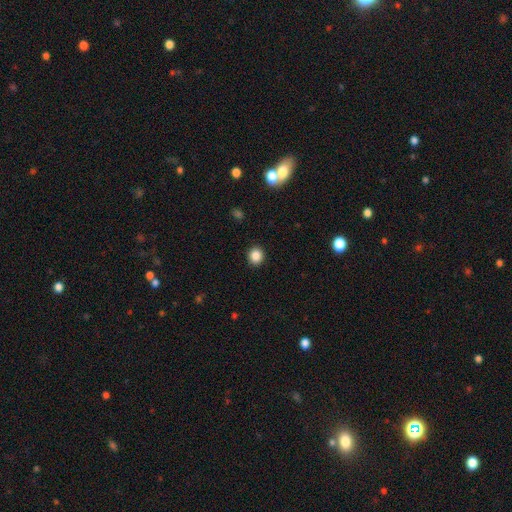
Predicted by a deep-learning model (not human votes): Morphology: type=smooth (86%); roundness=round (80%); merging=none (91%).